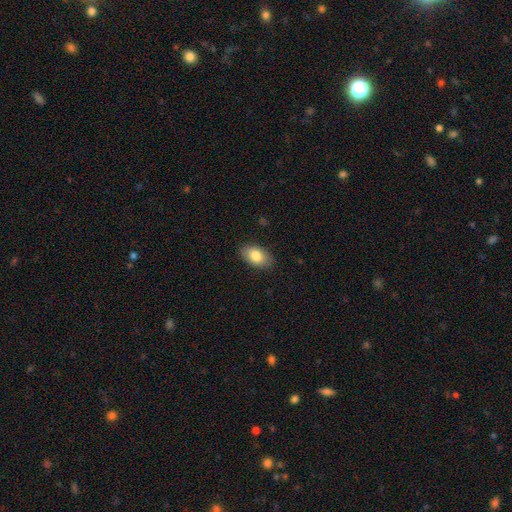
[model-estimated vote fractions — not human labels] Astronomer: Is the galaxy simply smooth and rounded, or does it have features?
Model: smooth — 83%.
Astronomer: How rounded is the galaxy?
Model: in between — 93%.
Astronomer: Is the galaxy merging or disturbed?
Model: none — 86%.